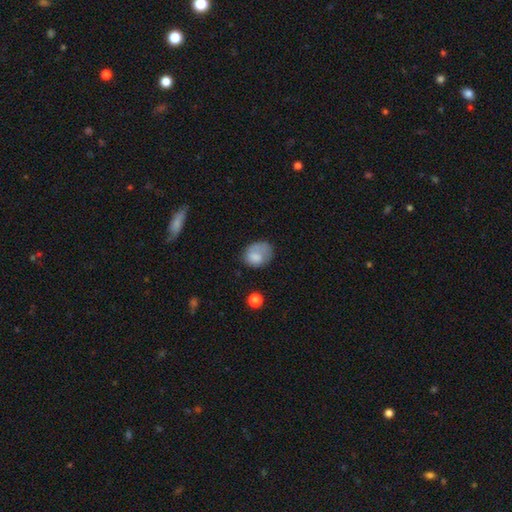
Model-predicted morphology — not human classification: A smooth galaxy with no disk features (75%) that is in between round and cigar-shaped (55%). Merging: none (45%).